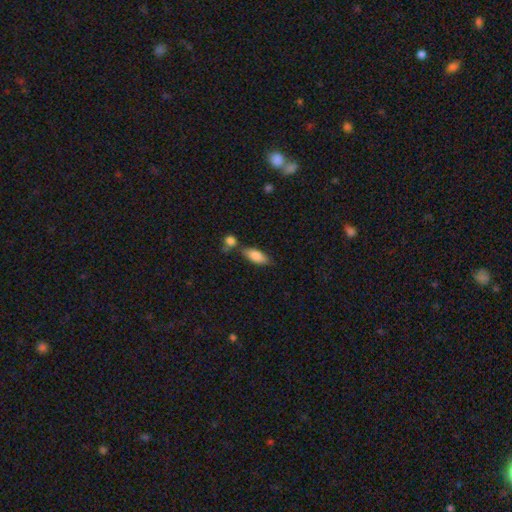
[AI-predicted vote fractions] Smooth or featured: smooth — 81% (featured or disk — 13%)
How rounded: in between — 76% (cigar-shaped — 21%)
Merging: none — 63% (merger — 18%)